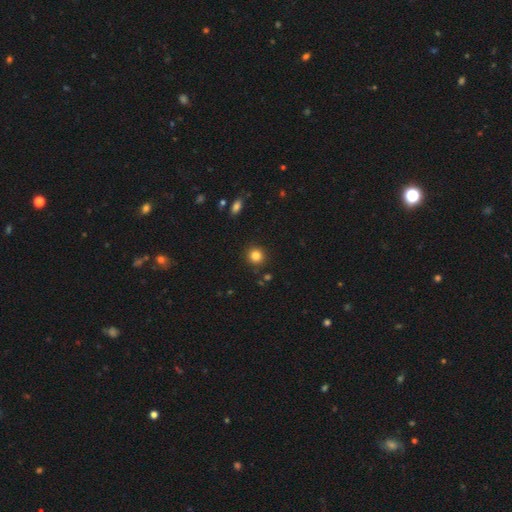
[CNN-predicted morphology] The model was most divided on "smooth or featured": smooth: 84%, star or artifact: 11%, featured or disk: 5%. More confident: how rounded — round (92%); merging — none (90%).